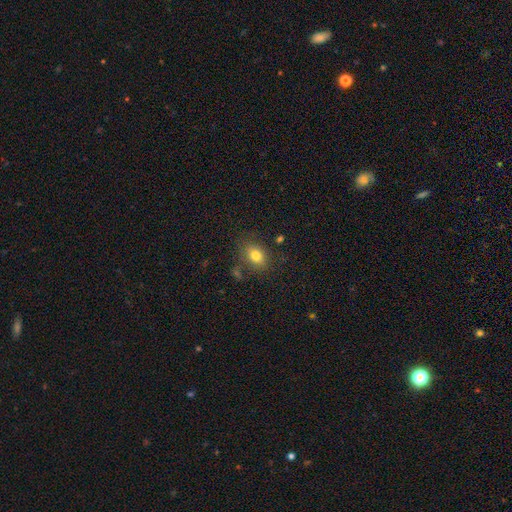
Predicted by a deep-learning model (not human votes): smooth_or_featured: smooth (p=0.79) [alt: featured or disk p=0.11]
how_rounded: in between (p=0.71) [alt: round p=0.28]
merging: none (p=0.76) [alt: minor disturbance p=0.15]